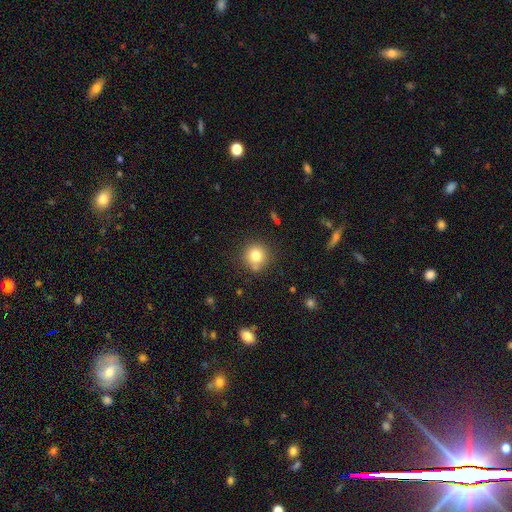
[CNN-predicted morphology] Q: Smooth or featured?
A: smooth (79%); runner-up: star or artifact (12%)
Q: How rounded?
A: round (93%); runner-up: in between (6%)
Q: Merging?
A: none (79%); runner-up: minor disturbance (12%)